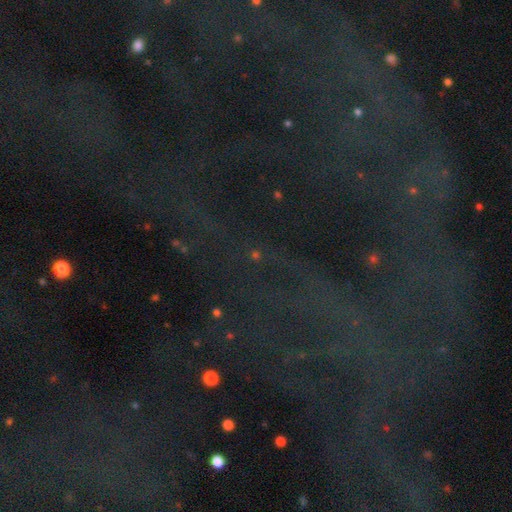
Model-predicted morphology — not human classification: Overall: star or artifact (80%).